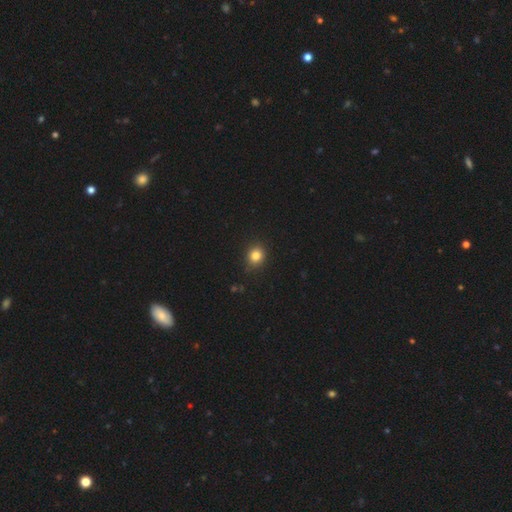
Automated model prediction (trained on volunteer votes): This is clearly a smooth galaxy (83%). How rounded: likely round (77%). Merging: clearly none (87%).